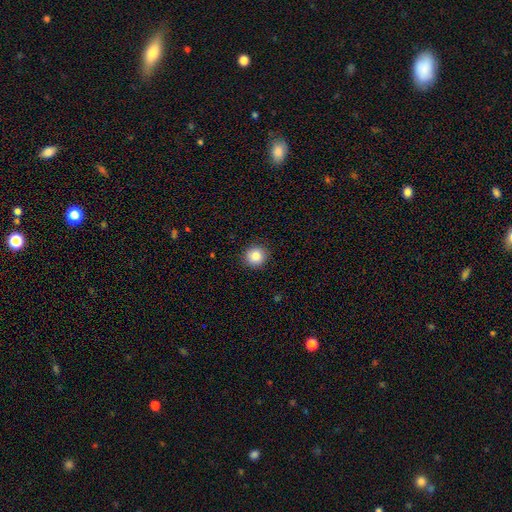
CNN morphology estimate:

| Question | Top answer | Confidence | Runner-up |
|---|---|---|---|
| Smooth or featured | smooth | 86% | star or artifact (9%) |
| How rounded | round | 92% | in between (7%) |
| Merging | none | 91% | minor disturbance (6%) |